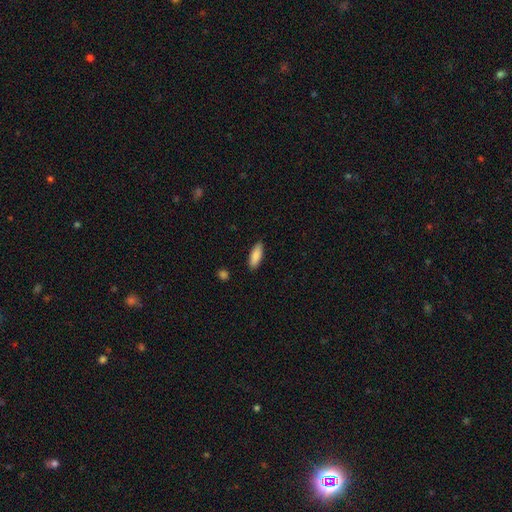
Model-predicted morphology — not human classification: The model was most divided on "how rounded": in between: 66%, cigar-shaped: 32%, round: 2%. More confident: smooth or featured — smooth (88%); merging — none (88%).